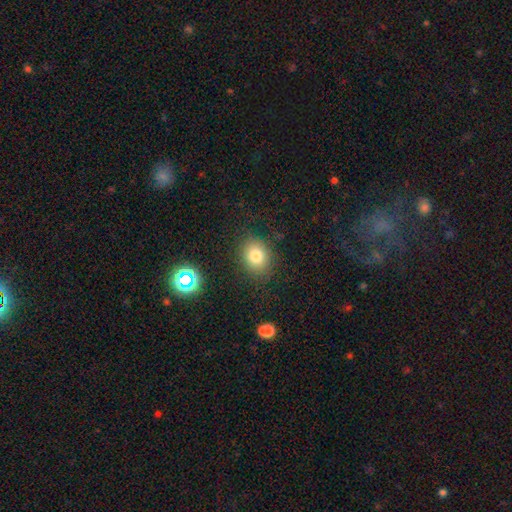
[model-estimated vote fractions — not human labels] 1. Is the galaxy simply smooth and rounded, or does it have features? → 78% smooth, 13% star or artifact, 9% featured or disk.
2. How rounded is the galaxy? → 53% round, 46% in between, 1% cigar-shaped.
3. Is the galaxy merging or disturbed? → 85% none, 10% minor disturbance, 4% major disturbance, 2% merger.